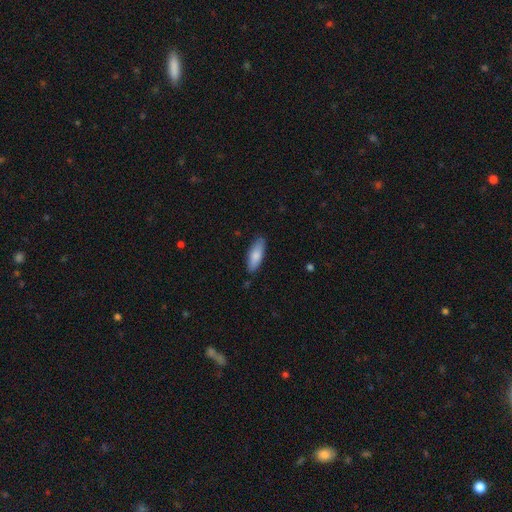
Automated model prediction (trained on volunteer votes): Overall: smooth (82%). How rounded: in between (67%; cigar-shaped 32%). Merging: none (85%).